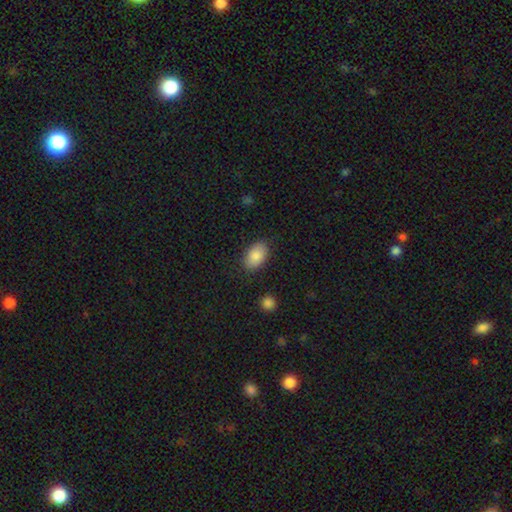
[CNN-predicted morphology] smooth_or_featured: smooth (p=0.84) [alt: featured or disk p=0.09]
how_rounded: in between (p=0.90) [alt: round p=0.09]
merging: none (p=0.84) [alt: minor disturbance p=0.12]